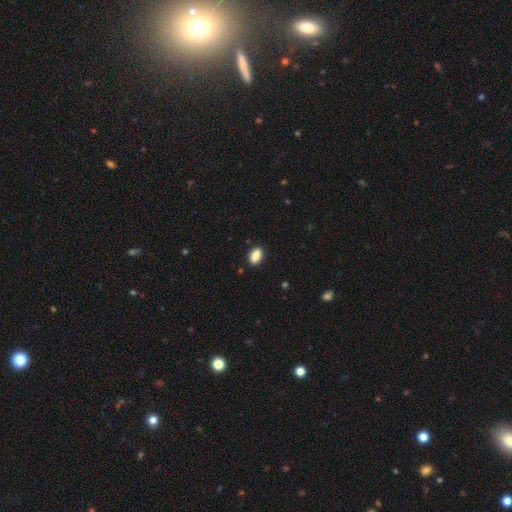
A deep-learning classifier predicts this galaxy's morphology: A smooth galaxy with no disk features (88%) that is in between round and cigar-shaped (89%).

Vote fractions:
- Smooth or featured? smooth: 88% / star or artifact: 8% / featured or disk: 5%
- How rounded? in between: 89% / round: 6% / cigar-shaped: 5%
- Merging? none: 88% / minor disturbance: 9% / major disturbance: 2% / merger: 1%